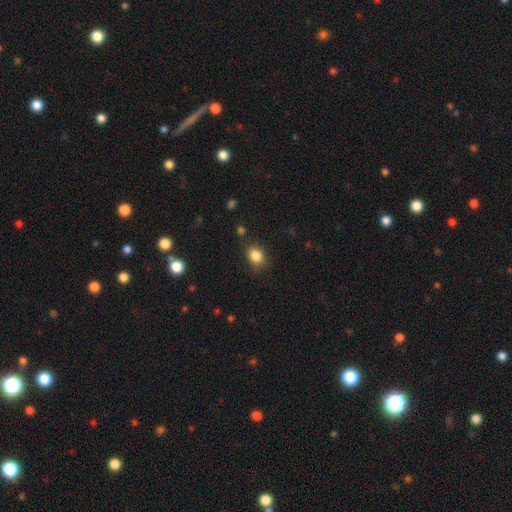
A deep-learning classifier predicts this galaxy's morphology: Smooth or featured: smooth — 85% (star or artifact — 10%)
How rounded: in between — 60% (round — 38%)
Merging: none — 79% (minor disturbance — 14%)